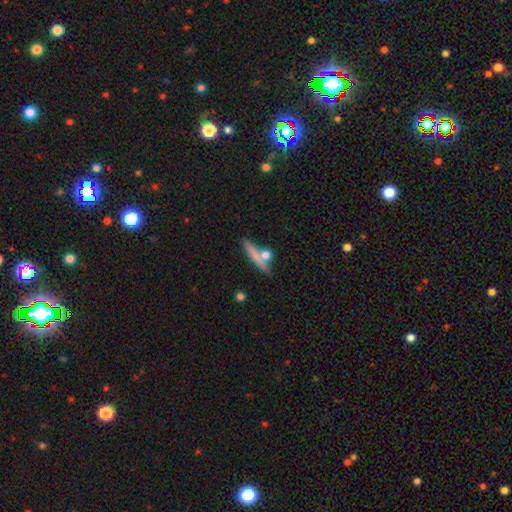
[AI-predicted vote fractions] Q: Smooth or featured?
A: smooth (62%); runner-up: featured or disk (30%)
Q: How rounded?
A: cigar-shaped (79%); runner-up: in between (12%)
Q: Merging?
A: none (63%); runner-up: merger (19%)